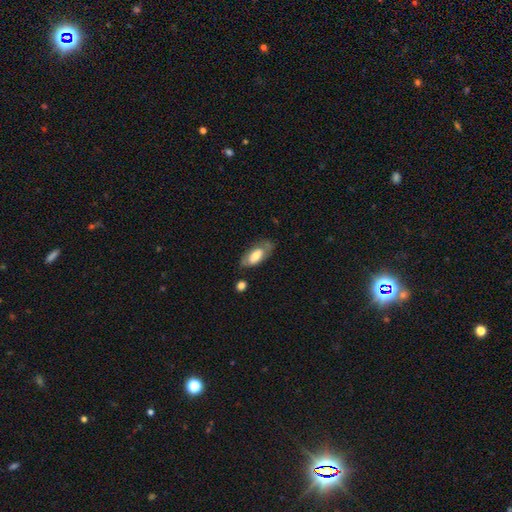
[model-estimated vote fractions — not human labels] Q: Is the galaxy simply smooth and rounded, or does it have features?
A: smooth — 60%.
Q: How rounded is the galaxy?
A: in between — 88%.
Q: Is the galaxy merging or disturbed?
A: none — 60%.